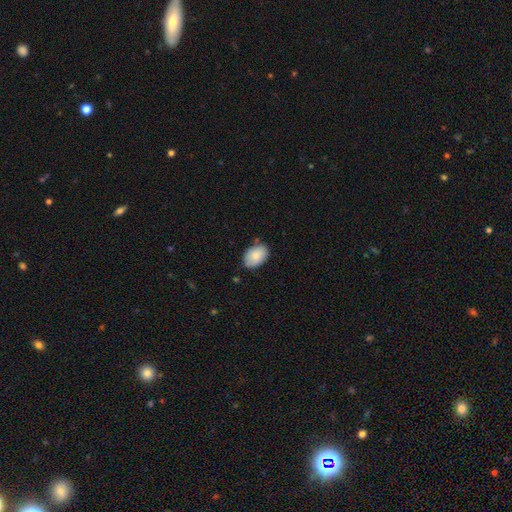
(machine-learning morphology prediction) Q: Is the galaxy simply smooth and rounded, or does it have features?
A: smooth — 83%.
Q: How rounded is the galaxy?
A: in between — 87%.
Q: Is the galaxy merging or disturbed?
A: none — 77%.